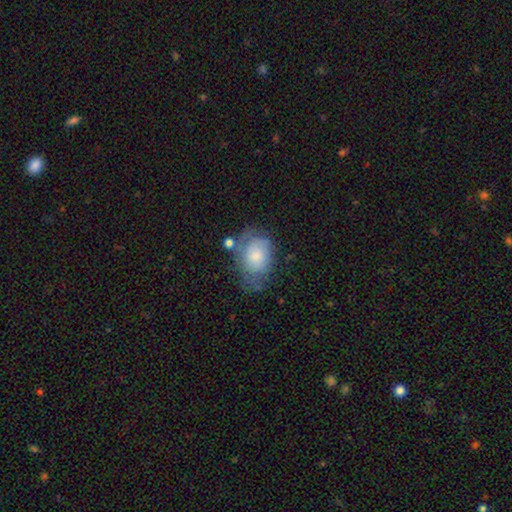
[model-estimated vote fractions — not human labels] Q: Smooth or featured?
A: smooth (60%); runner-up: featured or disk (32%)
Q: How rounded?
A: in between (69%); runner-up: round (30%)
Q: Merging?
A: none (45%); runner-up: minor disturbance (32%)